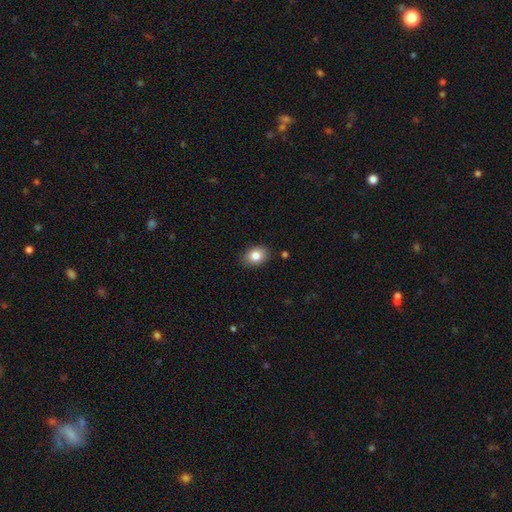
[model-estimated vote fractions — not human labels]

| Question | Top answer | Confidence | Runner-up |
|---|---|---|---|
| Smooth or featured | smooth | 83% | star or artifact (9%) |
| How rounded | in between | 69% | round (30%) |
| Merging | none | 86% | minor disturbance (10%) |